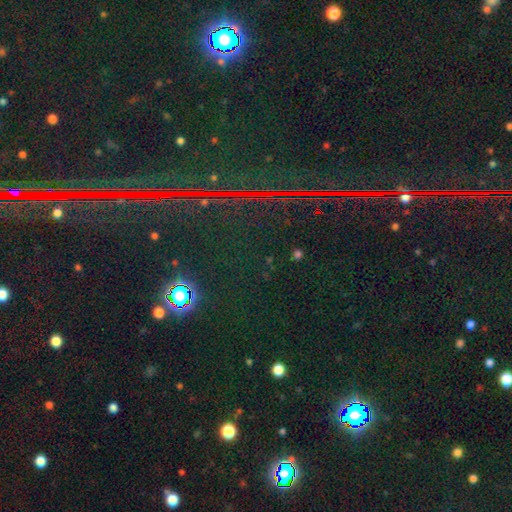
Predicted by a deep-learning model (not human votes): star or artifact 84%, smooth 8%, featured or disk 8%.